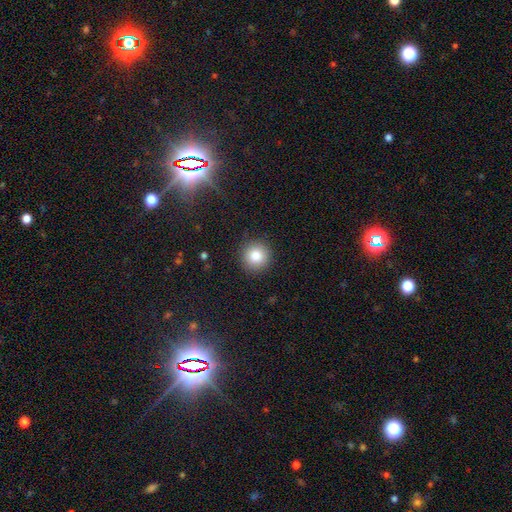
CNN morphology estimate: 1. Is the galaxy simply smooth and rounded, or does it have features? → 83% smooth, 10% star or artifact, 7% featured or disk.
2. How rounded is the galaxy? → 94% round, 5% in between, 1% cigar-shaped.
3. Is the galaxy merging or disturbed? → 91% none, 6% minor disturbance, 2% major disturbance, 1% merger.